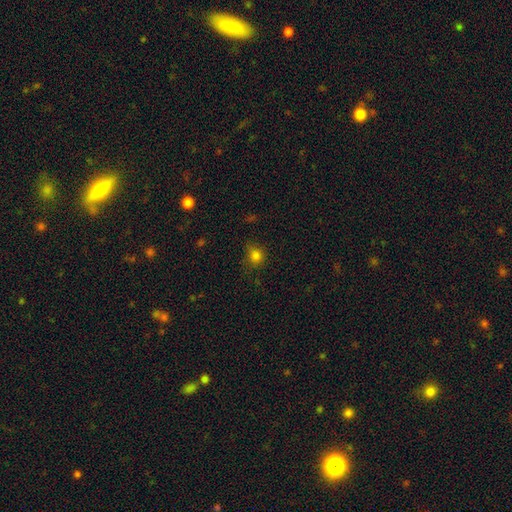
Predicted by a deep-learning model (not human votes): Smooth or featured? smooth (79%)
How rounded? round (80%)
Merging? none (70%)